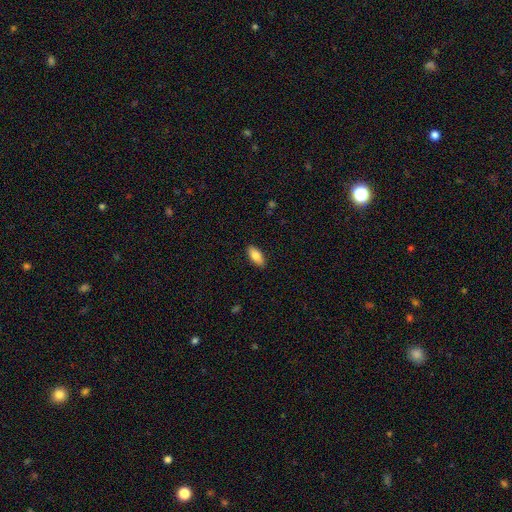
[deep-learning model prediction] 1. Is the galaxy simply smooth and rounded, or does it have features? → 80% smooth, 13% featured or disk, 6% star or artifact.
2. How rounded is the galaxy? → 87% in between, 10% cigar-shaped, 2% round.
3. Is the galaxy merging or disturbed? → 89% none, 8% minor disturbance, 2% major disturbance, 1% merger.